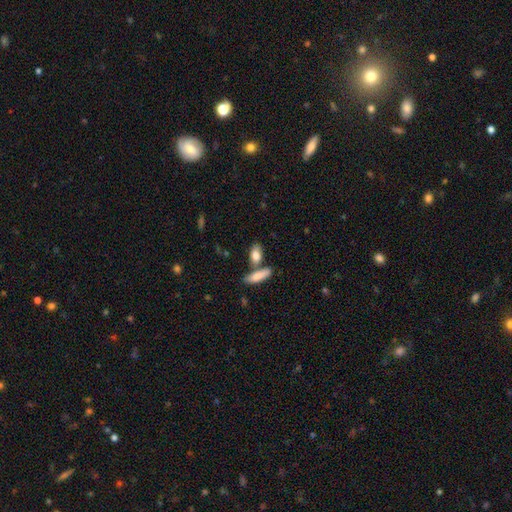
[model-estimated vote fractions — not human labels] Overall: smooth (82%). How rounded: in between (77%). Merging: none (58%; merger 27%).